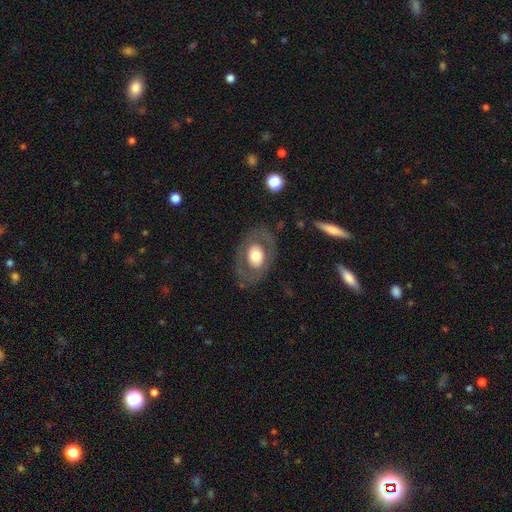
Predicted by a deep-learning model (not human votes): Q: Smooth or featured?
A: smooth (48%); runner-up: featured or disk (46%)
Q: Merging?
A: none (78%); runner-up: minor disturbance (12%)